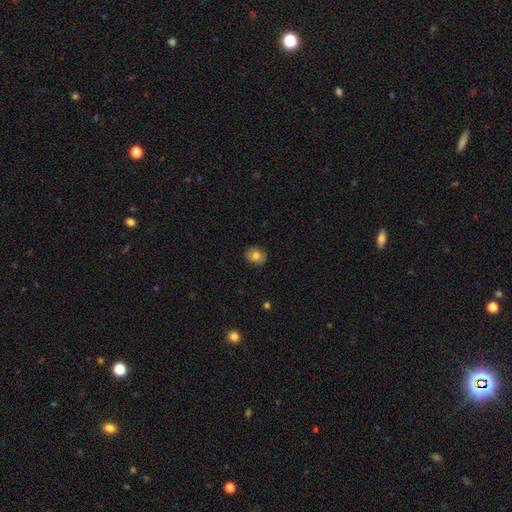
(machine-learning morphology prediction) The model was most divided on "how rounded": round: 57%, in between: 42%, cigar-shaped: 1%. More confident: merging — none (85%); smooth or featured — smooth (79%).